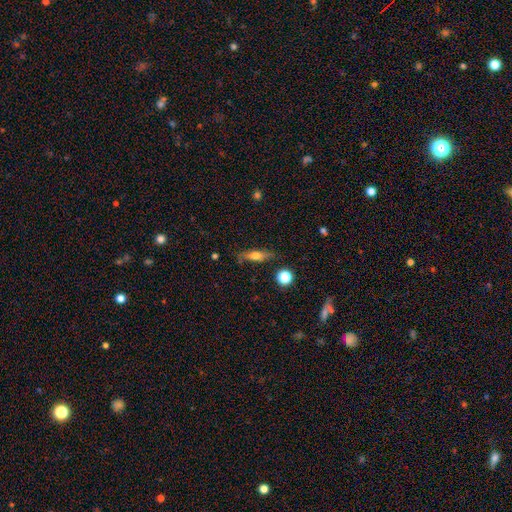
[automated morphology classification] A smooth galaxy with no disk features (49%). Merging: none (82%).